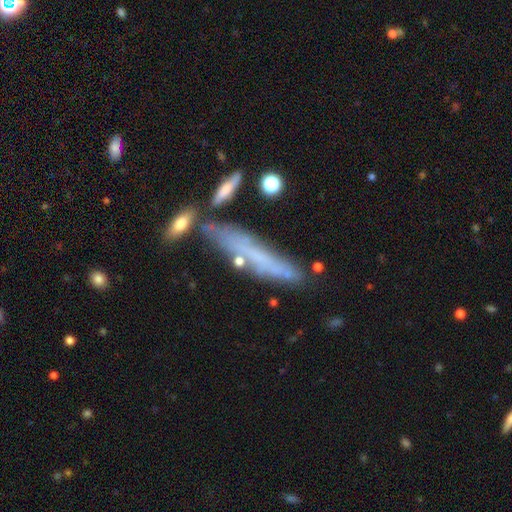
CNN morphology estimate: type=smooth (46%); merging=none (63%).